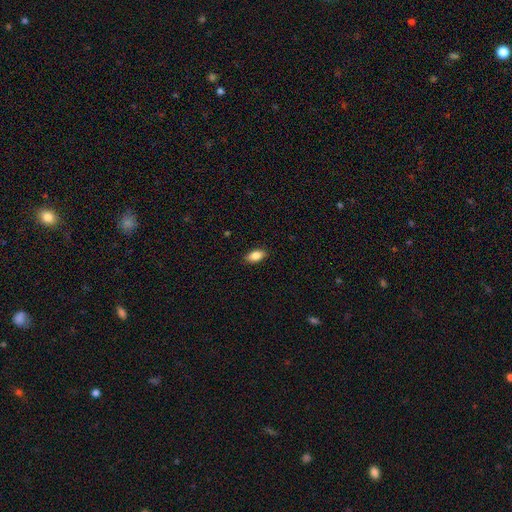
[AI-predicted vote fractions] Overall: smooth (85%). How rounded: in between (91%). Merging: none (88%).